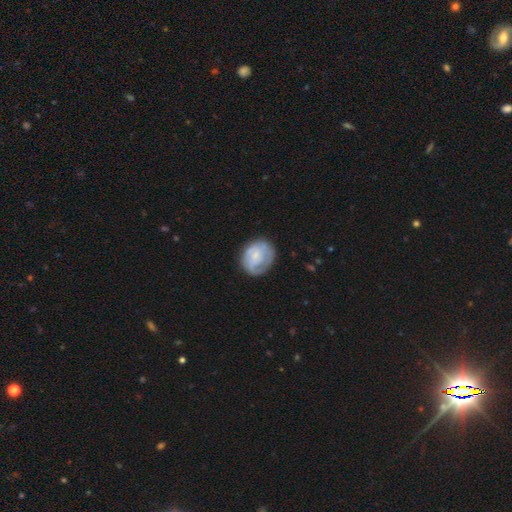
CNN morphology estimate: featured or disk 47%, smooth 46%, star or artifact 7%. Down the decision tree: merging — none (64%).